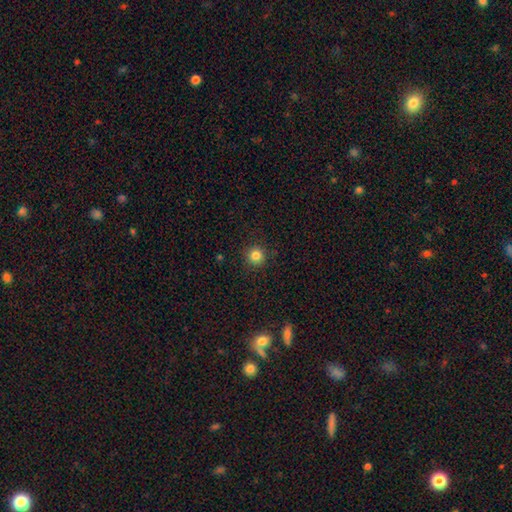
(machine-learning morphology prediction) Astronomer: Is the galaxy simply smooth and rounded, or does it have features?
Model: smooth — 83%.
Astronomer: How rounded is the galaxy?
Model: round — 95%.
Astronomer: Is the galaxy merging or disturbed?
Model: none — 91%.